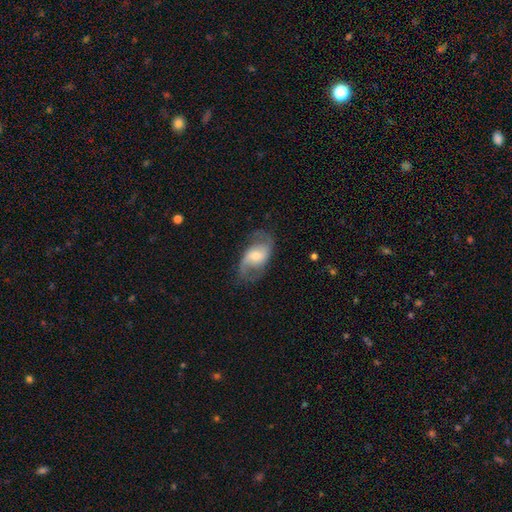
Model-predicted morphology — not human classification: The model was most divided on "bar": no: 46%, weak: 41%, strong: 14%. More confident: edge-on disk — no (95%); spiral arms — yes (90%); spiral arm count — 2 (87%); smooth or featured — featured or disk (73%); merging — none (70%); bulge size — moderate (52%); spiral winding — loose (52%).